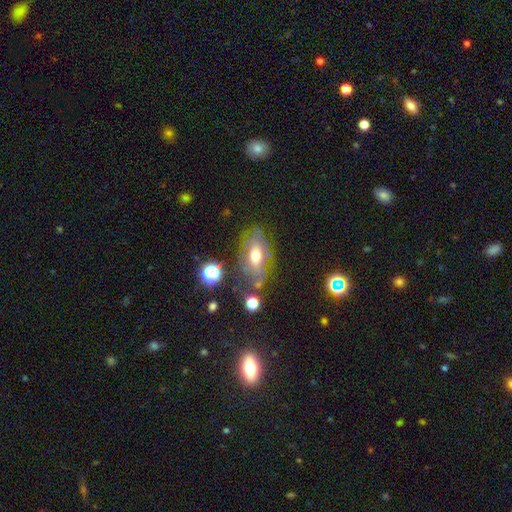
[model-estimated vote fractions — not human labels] A featured or disk galaxy (50%). Merging: none (57%).